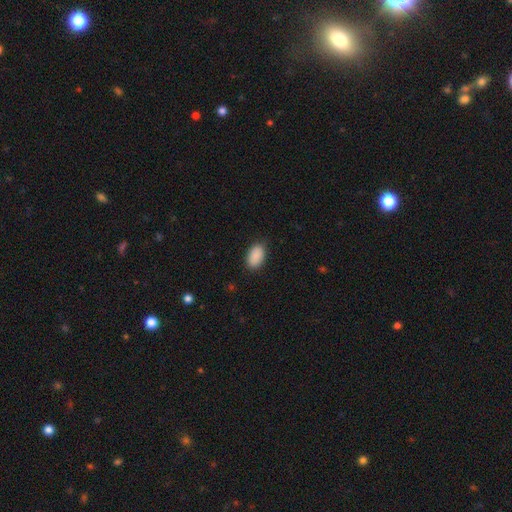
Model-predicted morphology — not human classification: This appears to be a smooth galaxy with no disk features (90%) that is in between round and cigar-shaped (94%). Merging: none (85%).